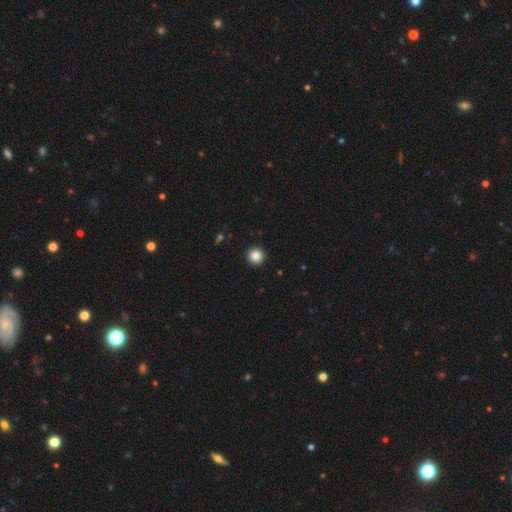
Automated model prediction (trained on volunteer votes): smooth_or_featured: smooth (p=0.85) [alt: star or artifact p=0.10]
how_rounded: round (p=0.96) [alt: in between p=0.03]
merging: none (p=0.94) [alt: minor disturbance p=0.04]